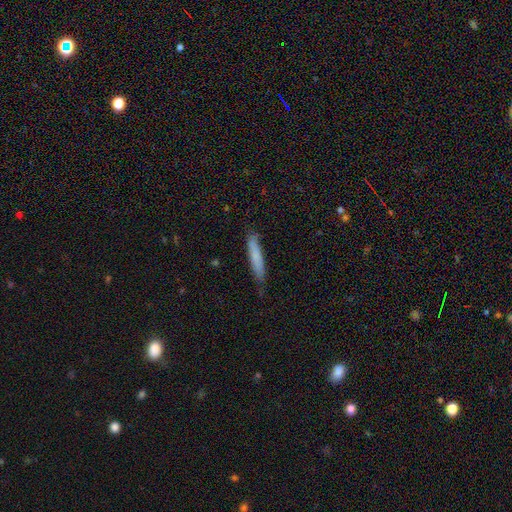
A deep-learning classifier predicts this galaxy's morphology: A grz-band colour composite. It shows a smooth galaxy with no disk features (74%) that is cigar-shaped (92%). Merging: none (79%).